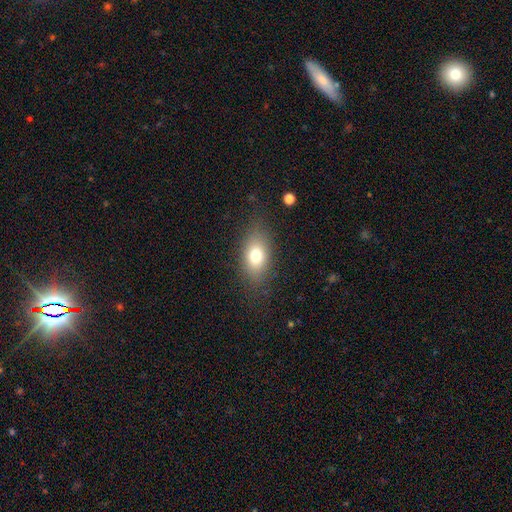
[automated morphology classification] Smooth or featured? Predicted: smooth (p=0.74). How rounded? Predicted: in between (p=0.80). Merging? Predicted: none (p=0.80).